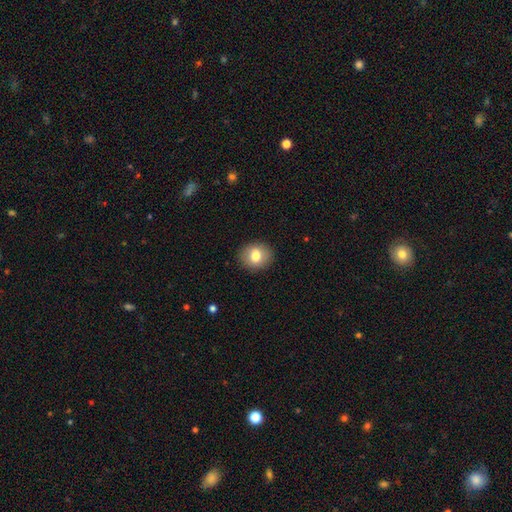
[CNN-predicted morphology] Smooth or featured?
  - smooth: 77% *
  - featured or disk: 14%
  - star or artifact: 9%
How rounded?
  - round: 66% *
  - in between: 33%
  - cigar-shaped: 1%
Merging?
  - none: 89% *
  - minor disturbance: 7%
  - major disturbance: 2%
  - merger: 1%